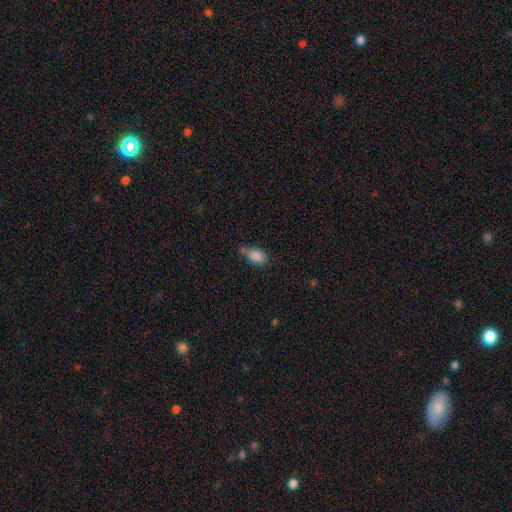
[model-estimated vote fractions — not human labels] Smooth or featured? Predicted: smooth (p=0.86). How rounded? Predicted: in between (p=0.87). Merging? Predicted: none (p=0.55).